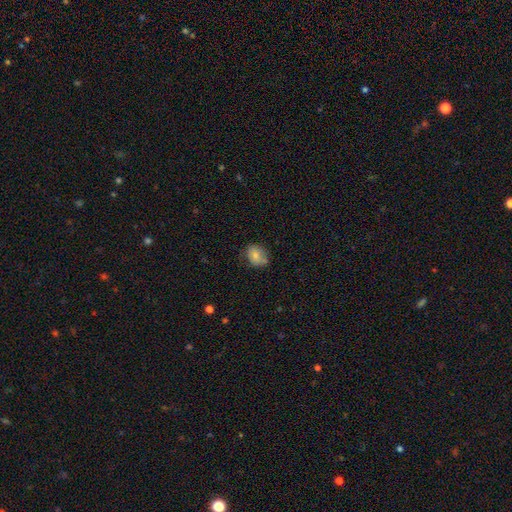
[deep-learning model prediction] smooth 79%, featured or disk 12%, star or artifact 9%. Down the decision tree: how rounded — in between (56%); merging — none (66%).